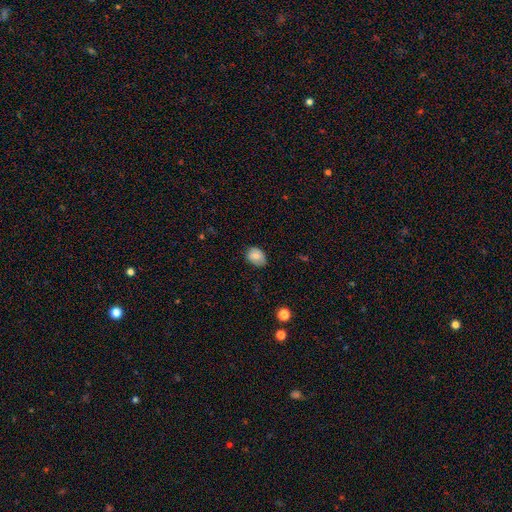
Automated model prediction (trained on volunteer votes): Smooth or featured? smooth (81%)
How rounded? in between (66%)
Merging? none (71%)